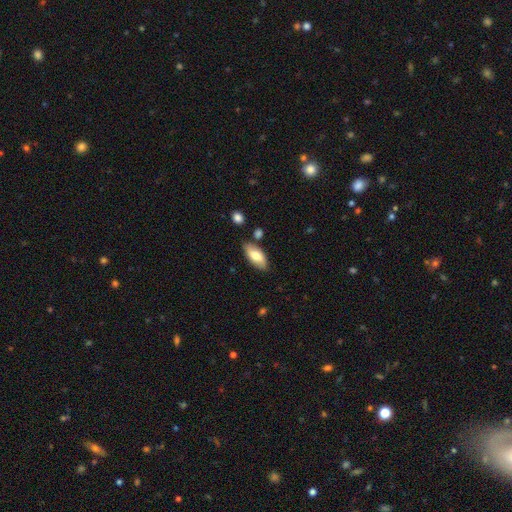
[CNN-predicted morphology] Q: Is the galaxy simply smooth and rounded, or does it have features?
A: smooth — 73%.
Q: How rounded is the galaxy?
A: in between — 87%.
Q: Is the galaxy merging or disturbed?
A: none — 78%.